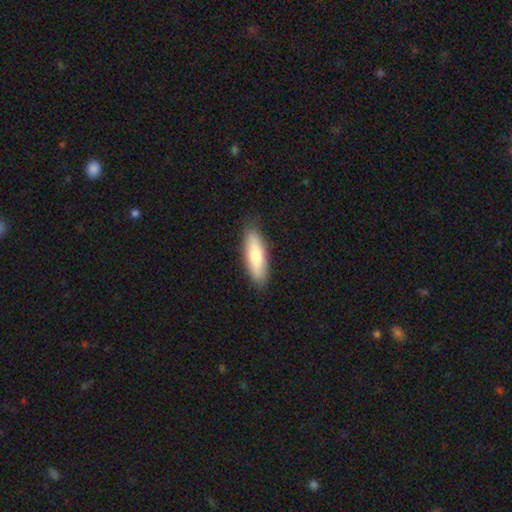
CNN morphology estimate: Smooth or featured: smooth — 76% (featured or disk — 19%)
How rounded: cigar-shaped — 50% (in between — 49%)
Merging: none — 86% (minor disturbance — 11%)